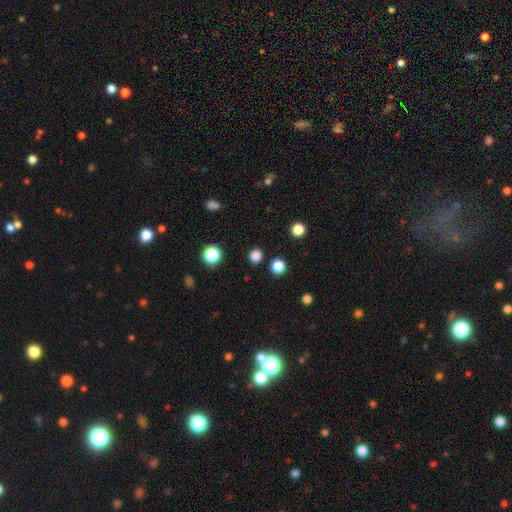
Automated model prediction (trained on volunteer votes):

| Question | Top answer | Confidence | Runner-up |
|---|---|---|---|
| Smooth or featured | smooth | 80% | star or artifact (17%) |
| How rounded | round | 92% | in between (7%) |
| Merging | none | 90% | minor disturbance (5%) |